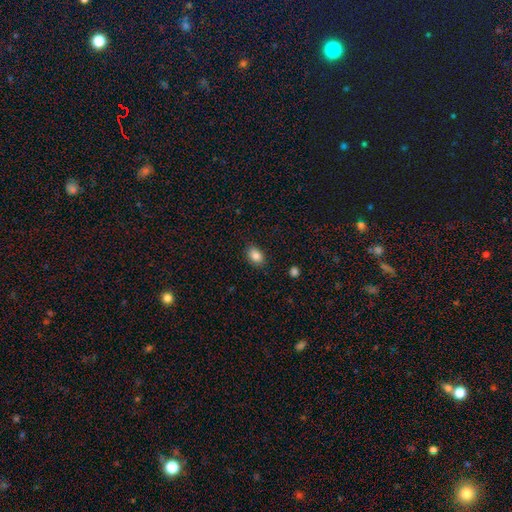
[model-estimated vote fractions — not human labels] Smooth or featured? smooth (85%)
How rounded? in between (78%)
Merging? none (86%)